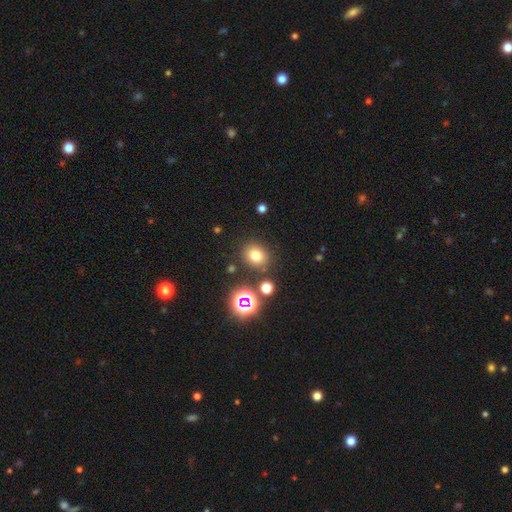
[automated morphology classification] smooth-or-featured: smooth: 73% | star or artifact: 19% | featured or disk: 8%
  how-rounded: round: 68% | in between: 31% | cigar-shaped: 1%
  merging: none: 81% | minor disturbance: 9% | merger: 6% | major disturbance: 3%